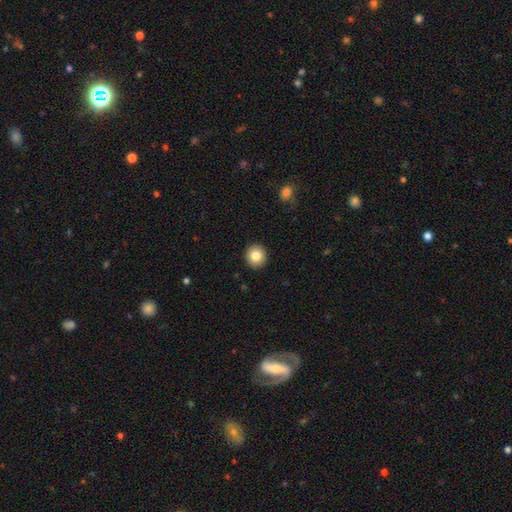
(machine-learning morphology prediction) Smooth or featured?
  - smooth: 83% *
  - star or artifact: 9%
  - featured or disk: 8%
How rounded?
  - round: 91% *
  - in between: 8%
  - cigar-shaped: 1%
Merging?
  - none: 92% *
  - minor disturbance: 5%
  - major disturbance: 2%
  - merger: 1%